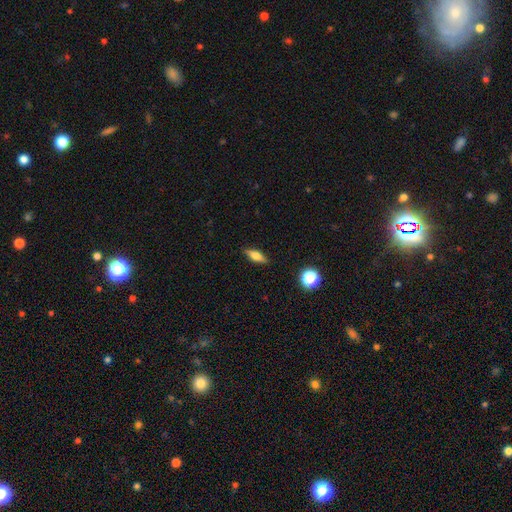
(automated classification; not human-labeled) This is likely a smooth galaxy (60%). How rounded: possibly in between (58%). Merging: clearly none (86%).